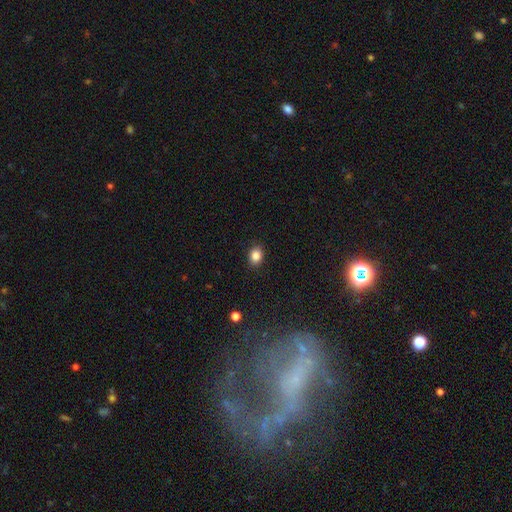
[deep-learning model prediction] Q: Smooth or featured?
A: smooth (85%); runner-up: star or artifact (10%)
Q: How rounded?
A: in between (54%); runner-up: round (45%)
Q: Merging?
A: none (89%); runner-up: minor disturbance (8%)